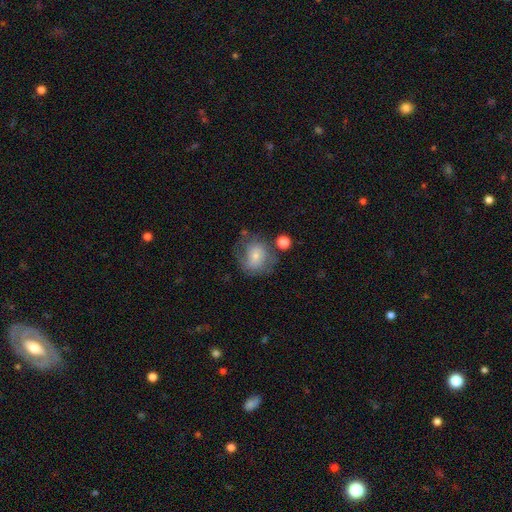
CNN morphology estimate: smooth-or-featured: smooth: 55% | featured or disk: 36% | star or artifact: 9%
  how-rounded: round: 72% | in between: 27% | cigar-shaped: 1%
  merging: none: 51% | minor disturbance: 23% | major disturbance: 18% | merger: 7%